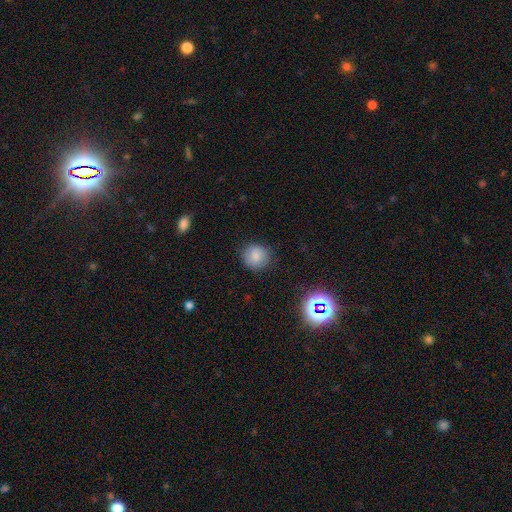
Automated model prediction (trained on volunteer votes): A smooth galaxy with no disk features (80%) that is round (89%). Merging: none (85%).